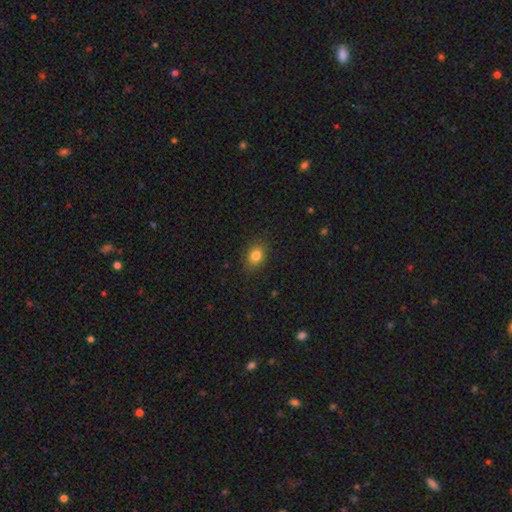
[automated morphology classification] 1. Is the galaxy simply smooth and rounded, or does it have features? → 82% smooth, 11% star or artifact, 7% featured or disk.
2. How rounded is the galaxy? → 61% in between, 38% round, 1% cigar-shaped.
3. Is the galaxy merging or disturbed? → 86% none, 10% minor disturbance, 3% major disturbance, 1% merger.